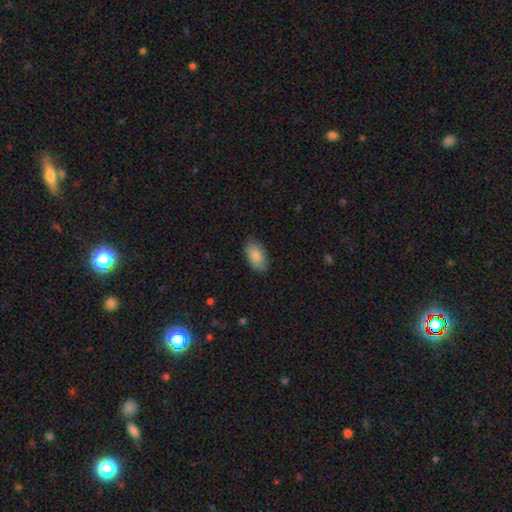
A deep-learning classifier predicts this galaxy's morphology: smooth_or_featured: smooth (p=0.86) [alt: featured or disk p=0.08]
how_rounded: in between (p=0.94) [alt: round p=0.04]
merging: none (p=0.84) [alt: minor disturbance p=0.12]